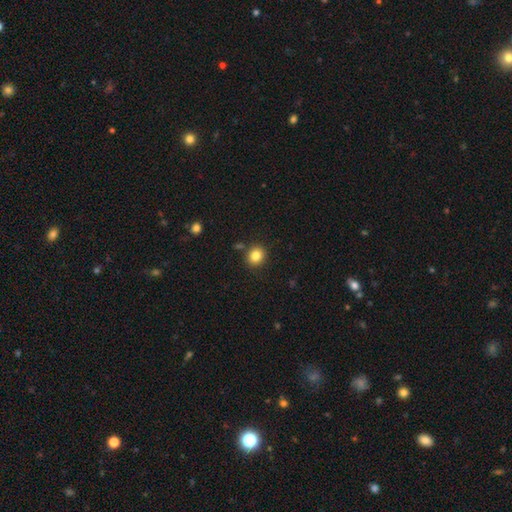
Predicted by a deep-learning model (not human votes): The model was most divided on "how rounded": round: 77%, in between: 22%, cigar-shaped: 1%. More confident: merging — none (85%); smooth or featured — smooth (83%).